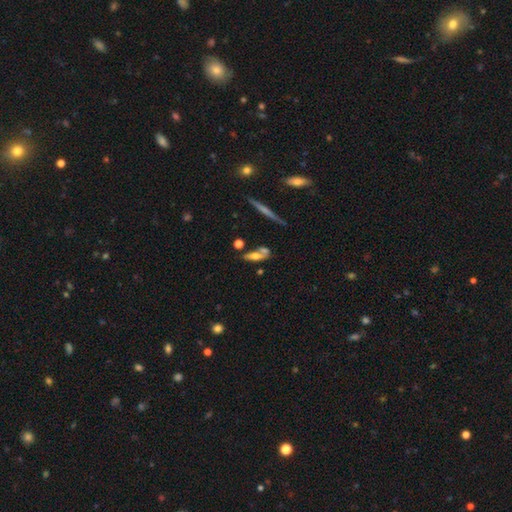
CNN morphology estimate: Smooth or featured? Predicted: smooth (p=0.49). Merging? Predicted: none (p=0.46).